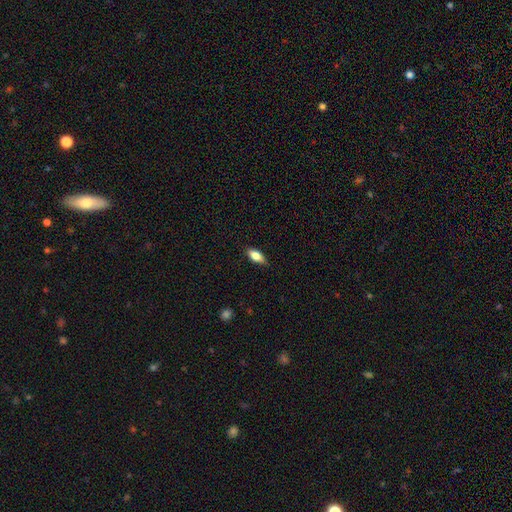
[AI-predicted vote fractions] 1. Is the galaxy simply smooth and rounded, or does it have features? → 78% smooth, 15% featured or disk, 7% star or artifact.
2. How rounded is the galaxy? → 83% in between, 13% cigar-shaped, 4% round.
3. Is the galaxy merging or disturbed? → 81% none, 15% minor disturbance, 3% major disturbance, 1% merger.